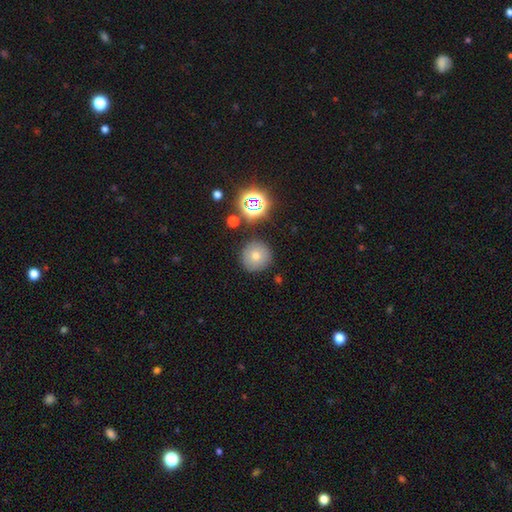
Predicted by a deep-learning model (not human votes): A smooth galaxy with no disk features (66%) that is round (95%). Merging: none (89%).